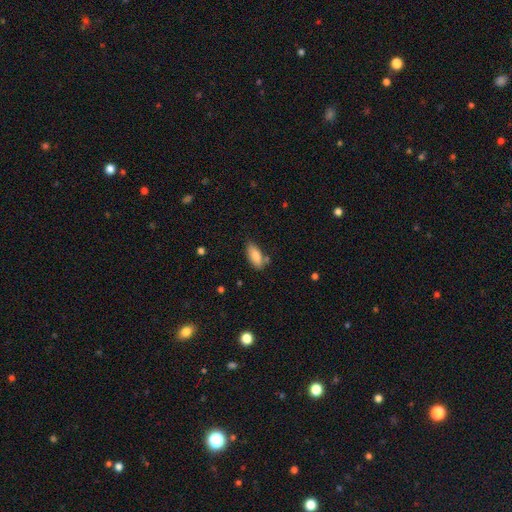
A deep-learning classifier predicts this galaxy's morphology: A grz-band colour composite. It shows a smooth galaxy with no disk features (83%) that is in between round and cigar-shaped (84%). Merging: none (68%).